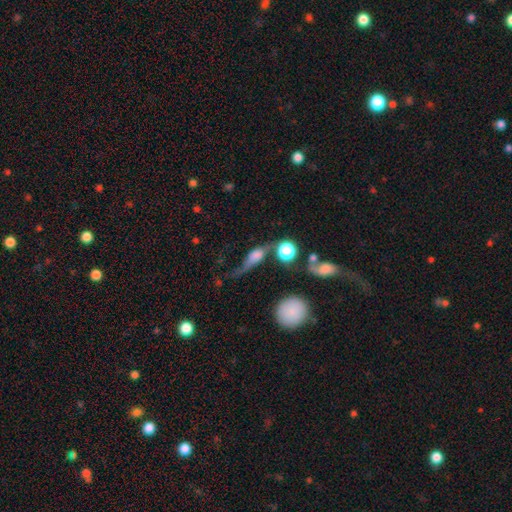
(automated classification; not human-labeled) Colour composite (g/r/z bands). It shows a featured or disk galaxy (50%). Merging: none (34%).